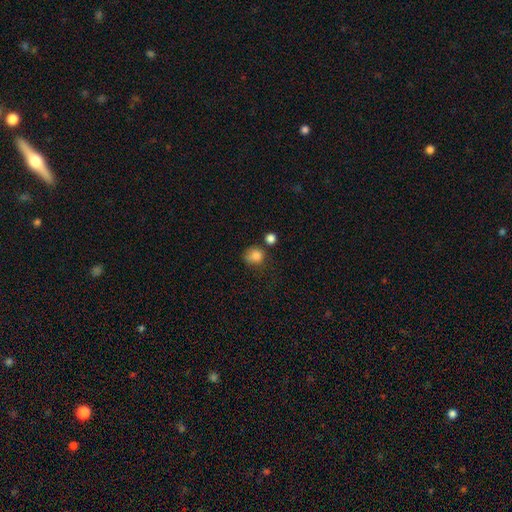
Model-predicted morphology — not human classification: This appears to be a smooth galaxy with no disk features (83%) that is round (76%). Merging: none (55%).